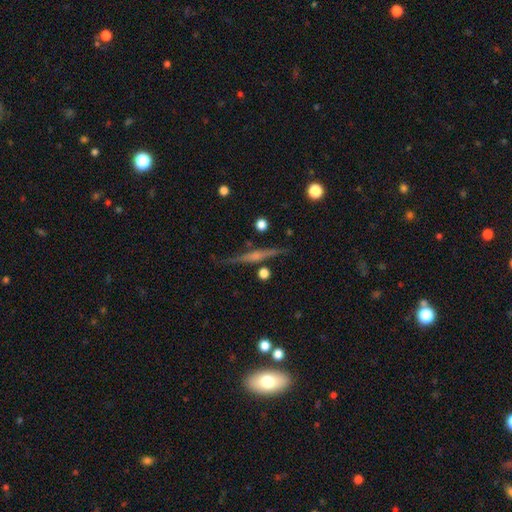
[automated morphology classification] featured or disk 72%, smooth 20%, star or artifact 8%. Down the decision tree: edge-on disk — yes (97%); edge-on bulge — rounded (61%); merging — none (86%).